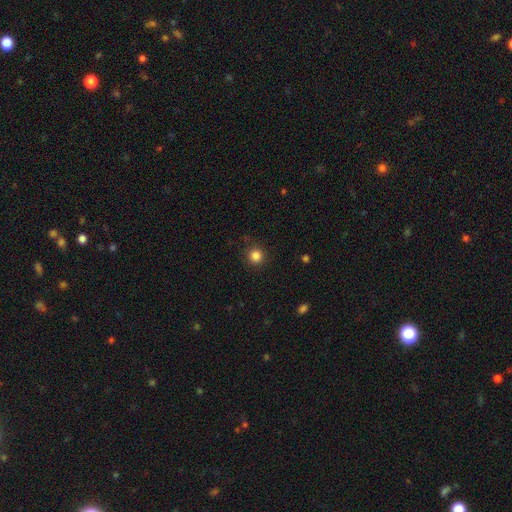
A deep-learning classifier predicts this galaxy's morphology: This is clearly a smooth galaxy (85%). How rounded: clearly round (94%). Merging: clearly none (89%).